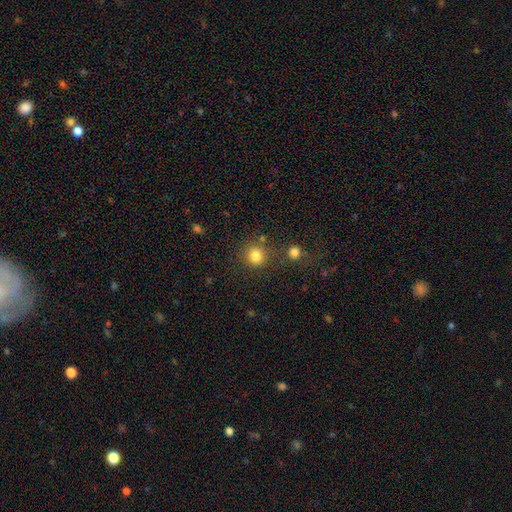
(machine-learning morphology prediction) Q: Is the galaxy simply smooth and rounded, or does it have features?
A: smooth — 82%.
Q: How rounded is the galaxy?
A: round — 91%.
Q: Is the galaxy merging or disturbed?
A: none — 78%.